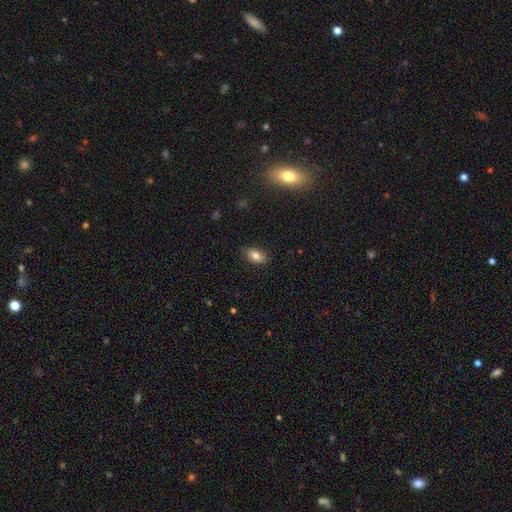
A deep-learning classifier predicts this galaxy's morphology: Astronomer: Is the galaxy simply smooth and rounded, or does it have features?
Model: smooth — 78%.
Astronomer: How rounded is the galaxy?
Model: in between — 88%.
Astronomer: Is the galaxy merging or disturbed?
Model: none — 83%.